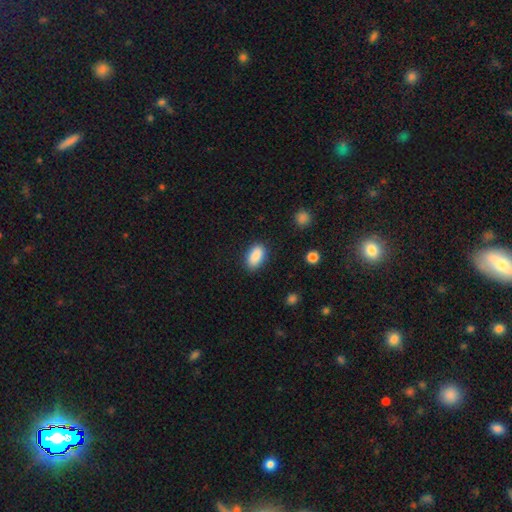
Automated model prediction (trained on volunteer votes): smooth_or_featured: smooth (p=0.89) [alt: star or artifact p=0.07]
how_rounded: in between (p=0.92) [alt: round p=0.05]
merging: none (p=0.86) [alt: minor disturbance p=0.10]